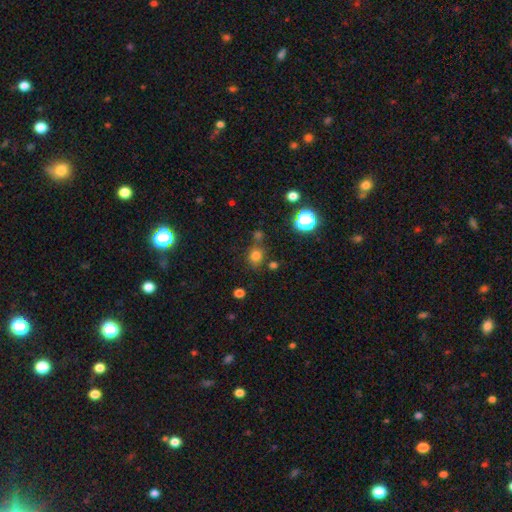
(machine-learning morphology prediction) Smooth or featured?
  - smooth: 74% *
  - star or artifact: 19%
  - featured or disk: 6%
How rounded?
  - round: 74% *
  - in between: 25%
  - cigar-shaped: 1%
Merging?
  - none: 71% *
  - minor disturbance: 13%
  - merger: 11%
  - major disturbance: 5%